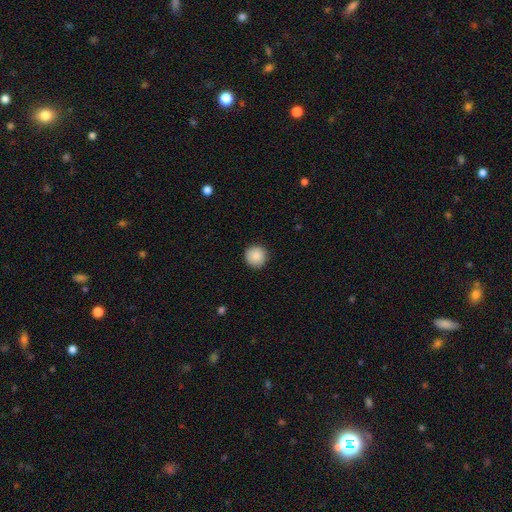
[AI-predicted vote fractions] Smooth or featured? Predicted: smooth (p=0.89). How rounded? Predicted: round (p=0.96). Merging? Predicted: none (p=0.91).